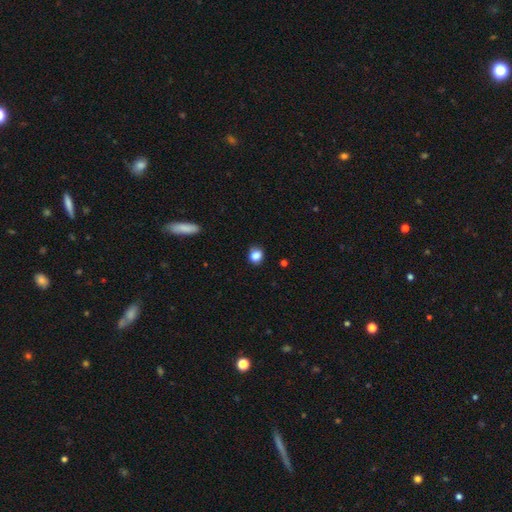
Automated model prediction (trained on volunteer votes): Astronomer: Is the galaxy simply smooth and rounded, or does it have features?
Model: smooth — 84%.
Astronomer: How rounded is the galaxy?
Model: round — 70%.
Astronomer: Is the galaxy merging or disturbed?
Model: none — 80%.